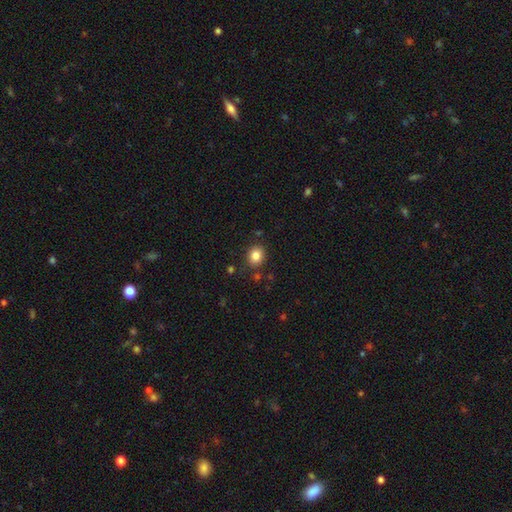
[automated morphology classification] This is clearly a smooth galaxy (85%). How rounded: likely round (62%). Merging: clearly none (84%).